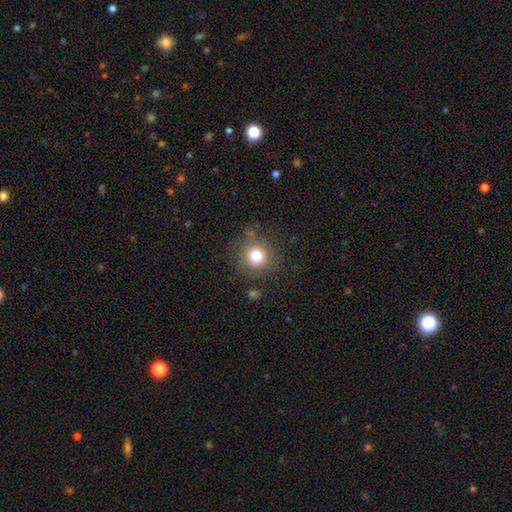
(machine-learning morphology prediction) The model was most divided on "smooth or featured": smooth: 76%, star or artifact: 15%, featured or disk: 9%. More confident: how rounded — round (94%); merging — none (84%).